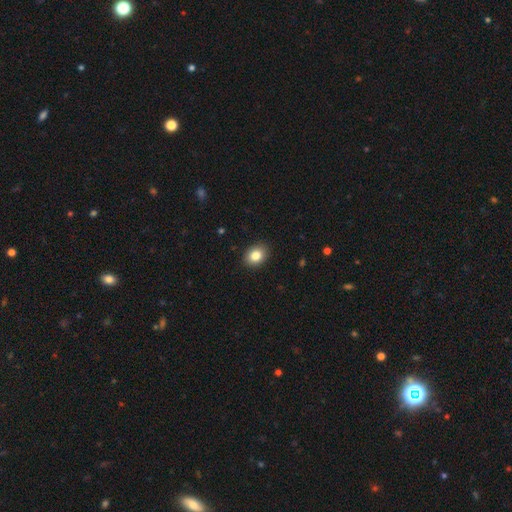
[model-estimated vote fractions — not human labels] This is clearly a smooth galaxy (84%). How rounded: possibly in between (57%). Merging: clearly none (90%).